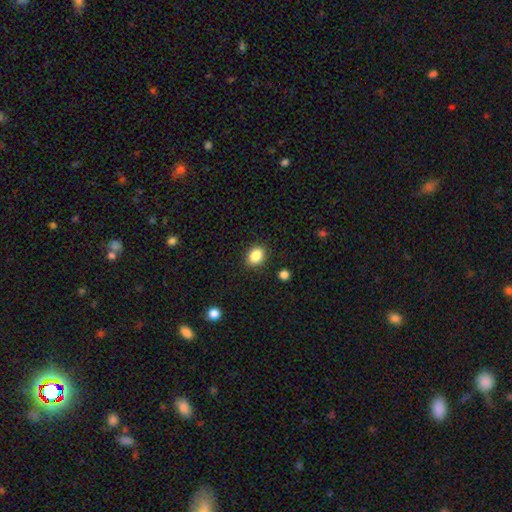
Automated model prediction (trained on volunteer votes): Smooth or featured?
  - smooth: 86% *
  - star or artifact: 9%
  - featured or disk: 5%
How rounded?
  - in between: 51% *
  - round: 49%
  - cigar-shaped: 1%
Merging?
  - none: 88% *
  - minor disturbance: 8%
  - major disturbance: 2%
  - merger: 2%